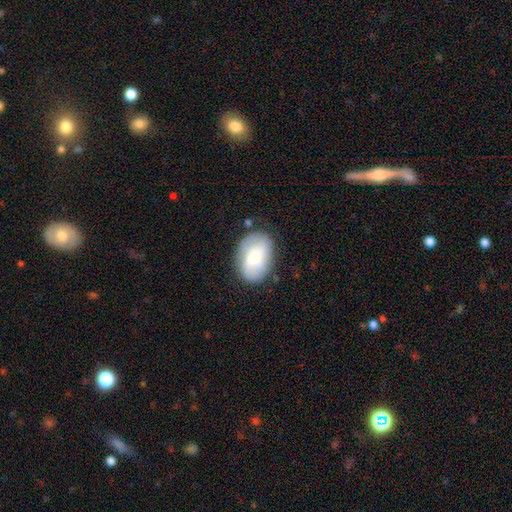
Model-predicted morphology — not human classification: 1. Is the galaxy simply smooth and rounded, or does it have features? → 51% smooth, 42% featured or disk, 7% star or artifact.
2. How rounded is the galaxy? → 81% in between, 17% round, 1% cigar-shaped.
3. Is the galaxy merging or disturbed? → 70% none, 21% minor disturbance, 7% major disturbance, 3% merger.